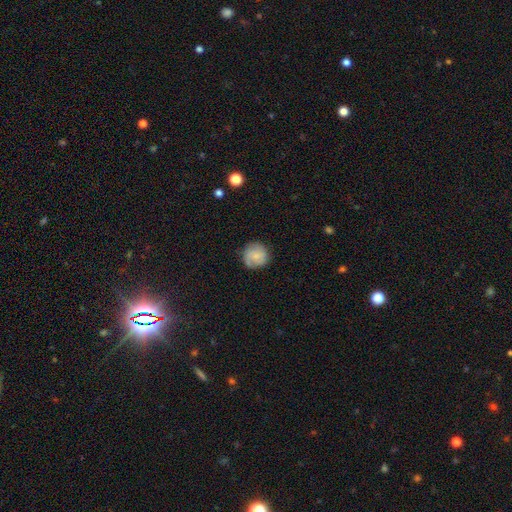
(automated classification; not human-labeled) Smooth or featured? Predicted: smooth (p=0.67). How rounded? Predicted: round (p=0.92). Merging? Predicted: none (p=0.76).